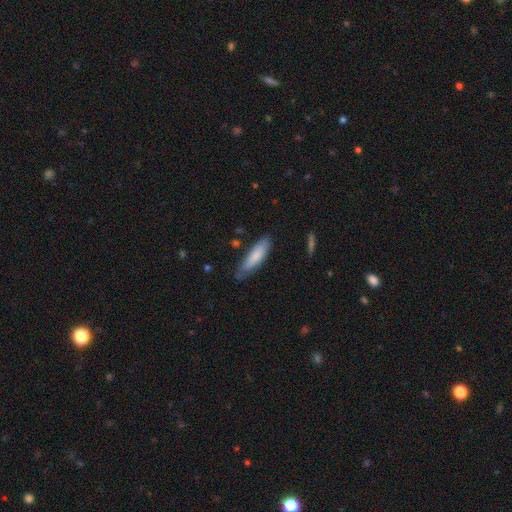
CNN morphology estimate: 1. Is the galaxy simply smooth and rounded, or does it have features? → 78% smooth, 16% featured or disk, 6% star or artifact.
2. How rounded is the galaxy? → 59% cigar-shaped, 40% in between, 1% round.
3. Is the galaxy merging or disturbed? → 70% none, 24% minor disturbance, 4% major disturbance, 2% merger.